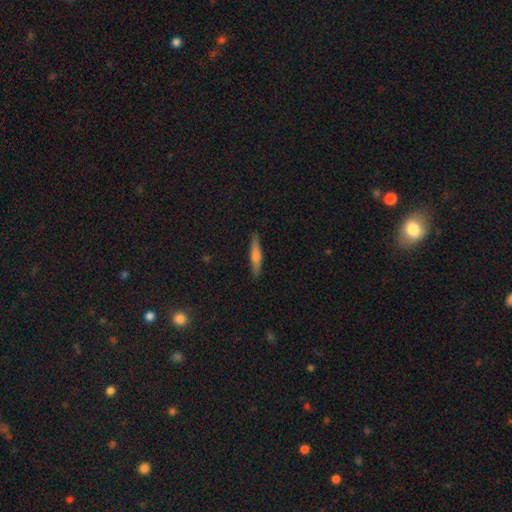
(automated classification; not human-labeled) Smooth or featured?
  - smooth: 47% *
  - featured or disk: 46%
  - star or artifact: 7%
Merging?
  - none: 90% *
  - minor disturbance: 7%
  - major disturbance: 1%
  - merger: 1%